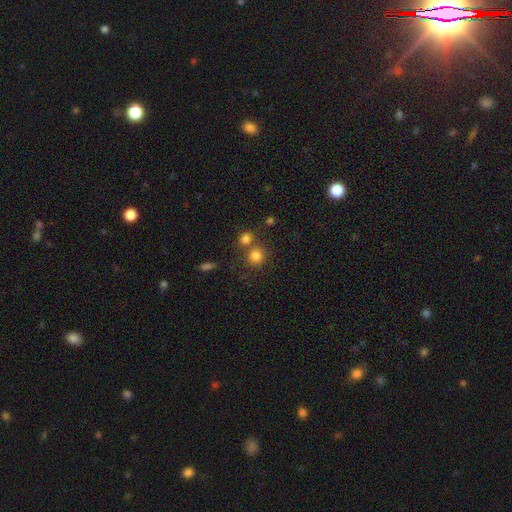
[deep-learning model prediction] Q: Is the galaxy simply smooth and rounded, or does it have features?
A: smooth — 80%.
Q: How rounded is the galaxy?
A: round — 89%.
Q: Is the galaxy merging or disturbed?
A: none — 62%.